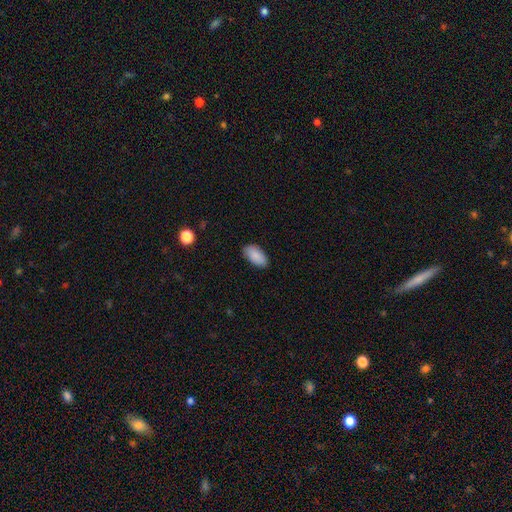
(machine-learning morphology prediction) Smooth or featured: smooth — 89% (star or artifact — 6%)
How rounded: in between — 94% (cigar-shaped — 3%)
Merging: none — 85% (minor disturbance — 11%)